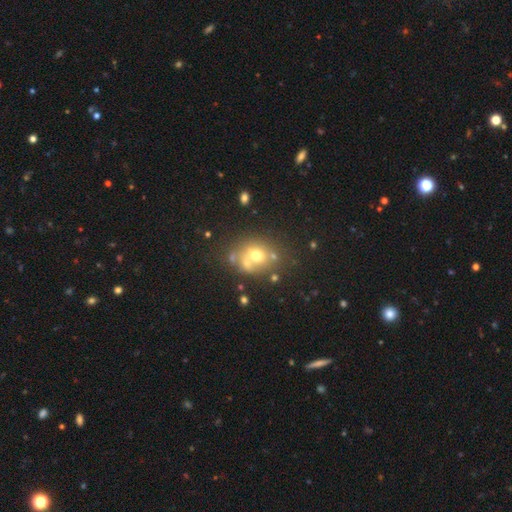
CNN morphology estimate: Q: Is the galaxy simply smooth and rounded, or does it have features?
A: smooth — 59%.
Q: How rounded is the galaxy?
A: round — 68%.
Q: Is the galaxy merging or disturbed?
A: none — 48%.